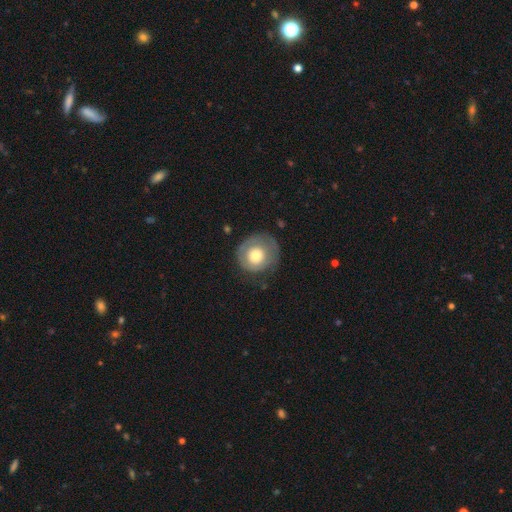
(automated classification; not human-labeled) Overall: smooth (60%; featured or disk 33%). How rounded: round (90%). Merging: none (68%).